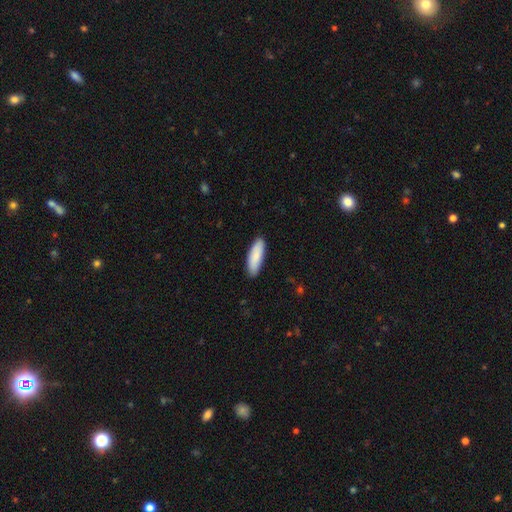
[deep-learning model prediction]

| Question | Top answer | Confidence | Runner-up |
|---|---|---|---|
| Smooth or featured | smooth | 86% | featured or disk (9%) |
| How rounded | in between | 59% | cigar-shaped (39%) |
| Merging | none | 88% | minor disturbance (10%) |